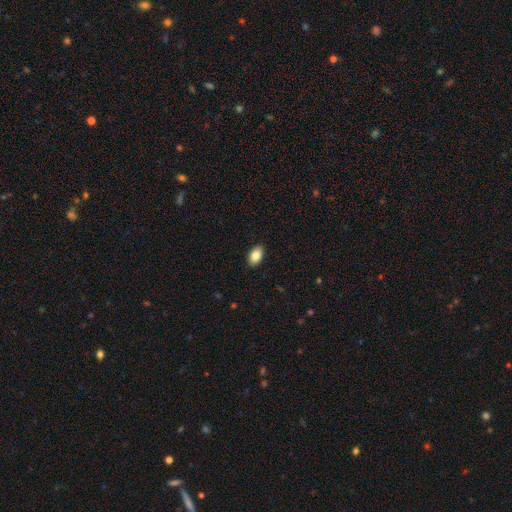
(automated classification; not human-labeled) Q: Smooth or featured?
A: smooth (86%); runner-up: star or artifact (7%)
Q: How rounded?
A: in between (92%); runner-up: round (6%)
Q: Merging?
A: none (90%); runner-up: minor disturbance (7%)